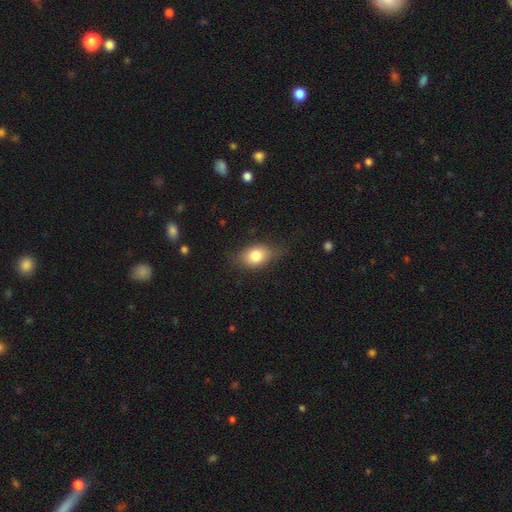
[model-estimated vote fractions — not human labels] smooth 78%, featured or disk 13%, star or artifact 8%. Down the decision tree: how rounded — in between (77%); merging — none (70%).